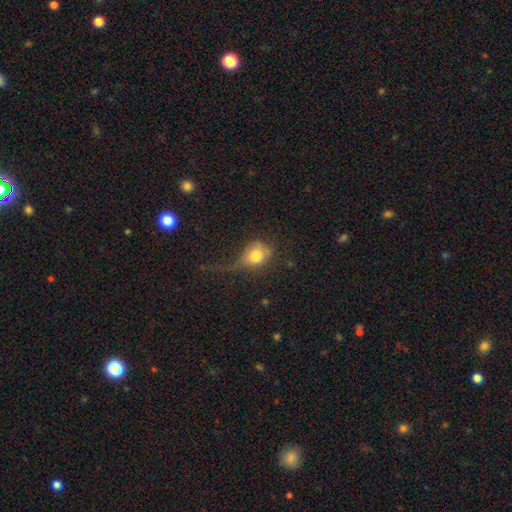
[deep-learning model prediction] The model was most divided on "how rounded": round: 52%, in between: 46%, cigar-shaped: 2%. Remaining: smooth or featured — smooth (73%); merging — major disturbance (42%).